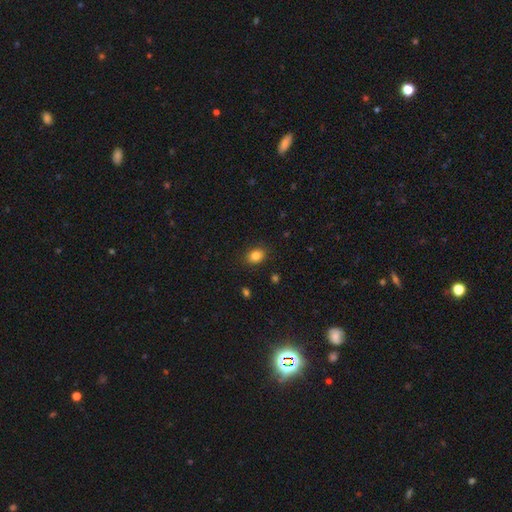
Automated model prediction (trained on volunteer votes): A smooth galaxy with no disk features (84%) that is in between round and cigar-shaped (63%).

Vote fractions:
- Smooth or featured? smooth: 84% / star or artifact: 10% / featured or disk: 6%
- How rounded? in between: 63% / round: 35% / cigar-shaped: 1%
- Merging? none: 88% / minor disturbance: 9% / major disturbance: 2% / merger: 1%